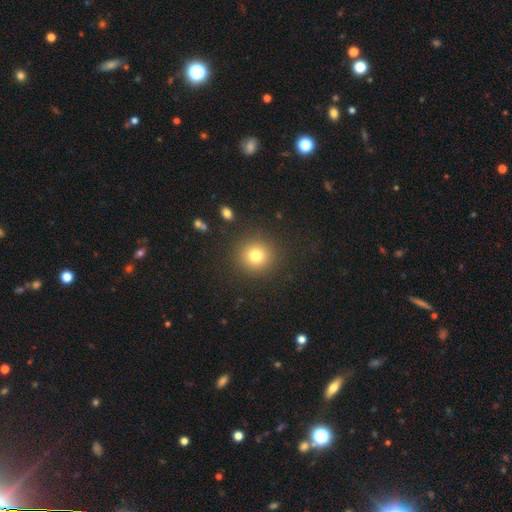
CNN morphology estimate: Overall: smooth (77%). How rounded: round (92%). Merging: none (89%).